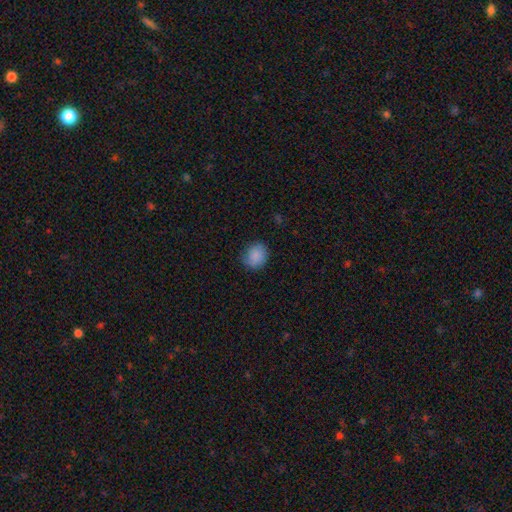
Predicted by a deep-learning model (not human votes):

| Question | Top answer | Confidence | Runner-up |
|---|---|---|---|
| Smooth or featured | smooth | 85% | star or artifact (8%) |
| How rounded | round | 69% | in between (30%) |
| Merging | none | 79% | minor disturbance (16%) |